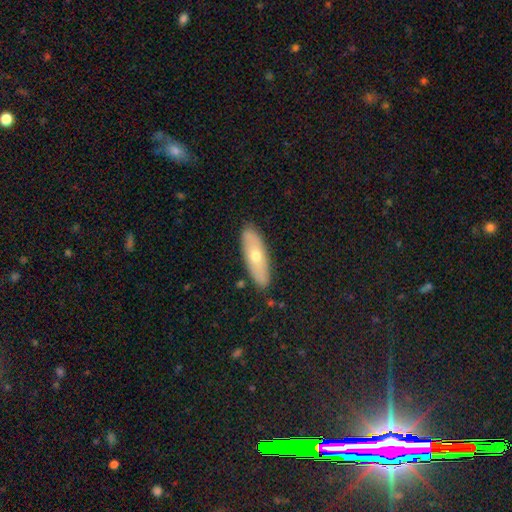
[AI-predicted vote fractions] This is possibly a smooth galaxy (55%). How rounded: possibly in between (56%). Merging: clearly none (87%).